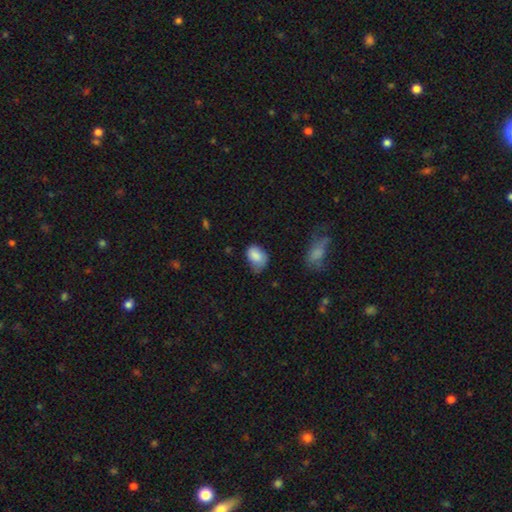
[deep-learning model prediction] Smooth or featured? smooth (82%)
How rounded? in between (77%)
Merging? minor disturbance (41%, tied with none)